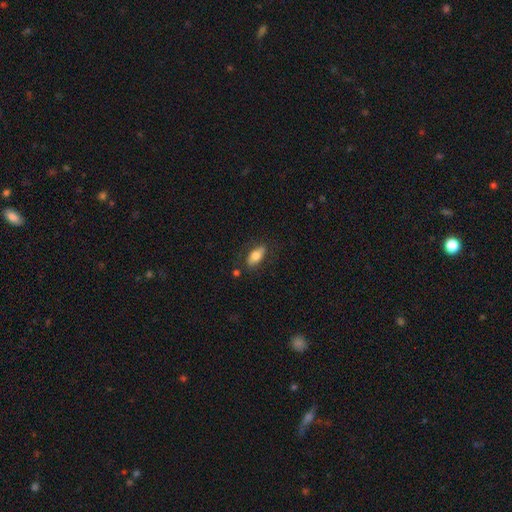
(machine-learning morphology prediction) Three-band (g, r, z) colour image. It shows a smooth galaxy with no disk features (70%) that is in between round and cigar-shaped (83%). Merging: none (76%).